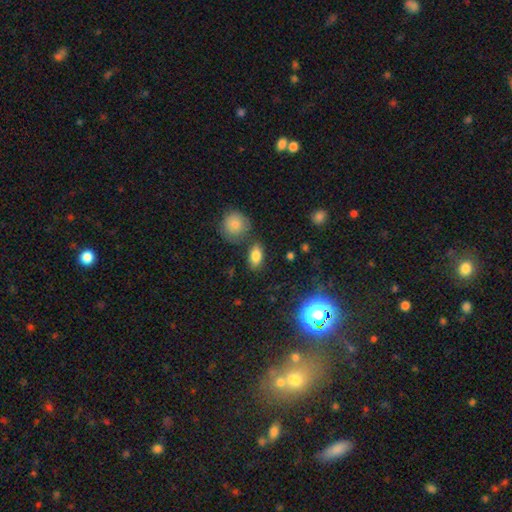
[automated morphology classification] This appears to be a smooth galaxy with no disk features (81%) that is in between round and cigar-shaped (88%). Merging: none (77%).